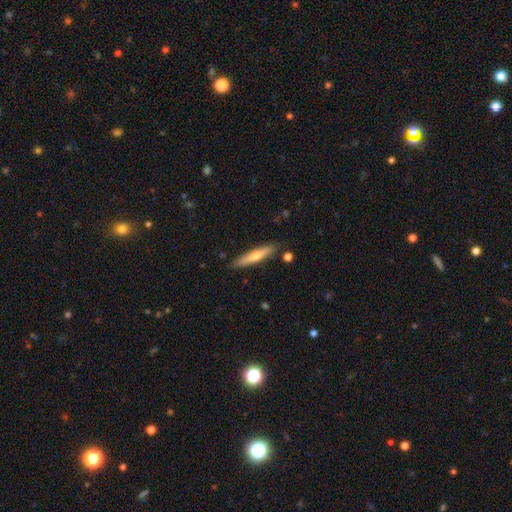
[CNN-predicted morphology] Smooth or featured: smooth — 53% (featured or disk — 41%)
How rounded: cigar-shaped — 90% (in between — 9%)
Merging: none — 87% (minor disturbance — 10%)